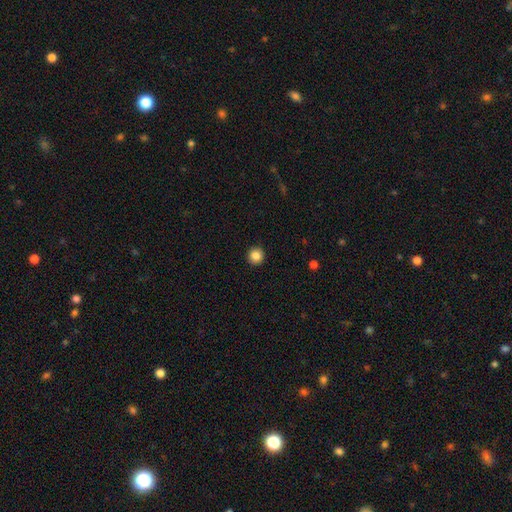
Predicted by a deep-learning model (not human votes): Q: Smooth or featured?
A: smooth (86%); runner-up: star or artifact (10%)
Q: How rounded?
A: round (94%); runner-up: in between (6%)
Q: Merging?
A: none (93%); runner-up: minor disturbance (4%)